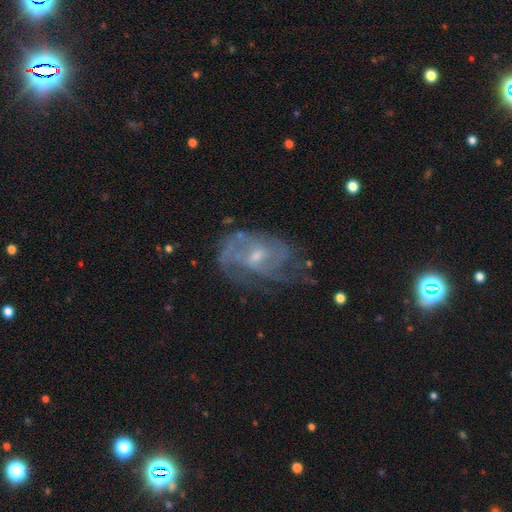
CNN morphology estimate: Smooth or featured? Predicted: featured or disk (p=0.79). Edge-on disk? Predicted: no (p=0.96). Bar? Predicted: no (p=0.47). Spiral arms? Predicted: yes (p=0.83). Spiral winding? Predicted: medium (p=0.42). Spiral arm count? Predicted: can't tell (p=0.41). Bulge size? Predicted: small (p=0.54). Merging? Predicted: none (p=0.51).